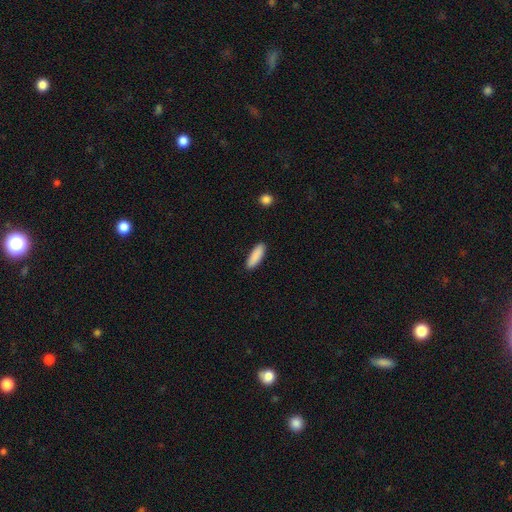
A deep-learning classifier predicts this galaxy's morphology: smooth_or_featured: smooth (p=0.90) [alt: star or artifact p=0.06]
how_rounded: in between (p=0.52) [alt: cigar-shaped p=0.47]
merging: none (p=0.89) [alt: minor disturbance p=0.08]